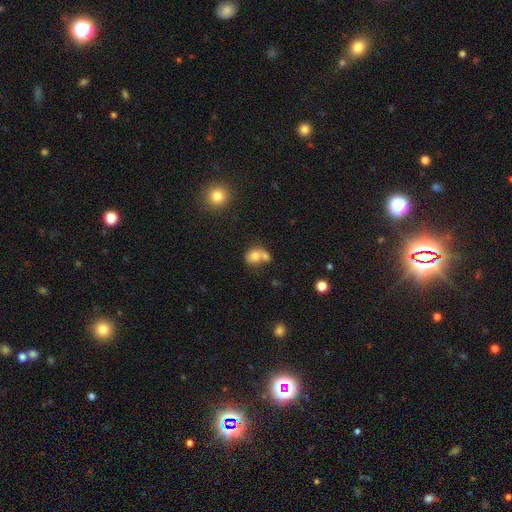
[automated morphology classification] Smooth or featured?
  - smooth: 75% *
  - featured or disk: 14%
  - star or artifact: 10%
How rounded?
  - round: 58% *
  - in between: 41%
  - cigar-shaped: 1%
Merging?
  - merger: 54% *
  - none: 32%
  - minor disturbance: 9%
  - major disturbance: 4%